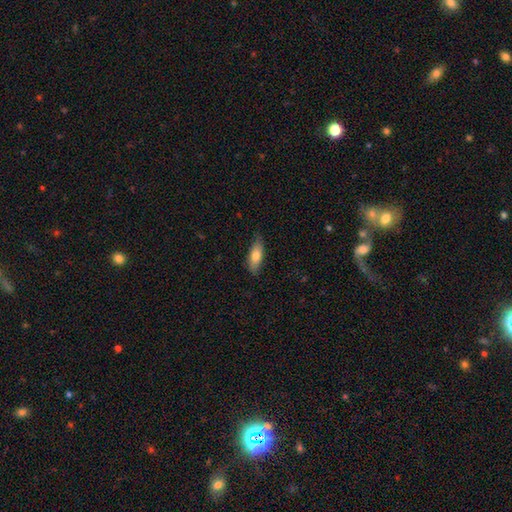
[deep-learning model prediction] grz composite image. It shows a smooth galaxy with no disk features (75%) that is in between round and cigar-shaped (70%). Merging: none (78%).